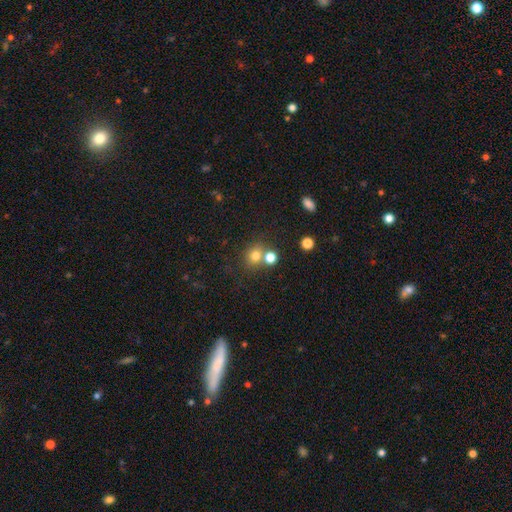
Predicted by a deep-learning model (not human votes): smooth_or_featured: smooth (p=0.76) [alt: star or artifact p=0.16]
how_rounded: round (p=0.81) [alt: in between p=0.18]
merging: none (p=0.59) [alt: merger p=0.29]